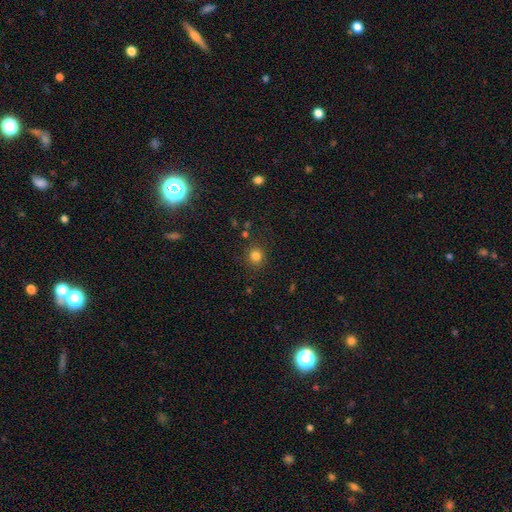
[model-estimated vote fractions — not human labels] Smooth or featured? Predicted: smooth (p=0.81). How rounded? Predicted: round (p=0.90). Merging? Predicted: none (p=0.87).